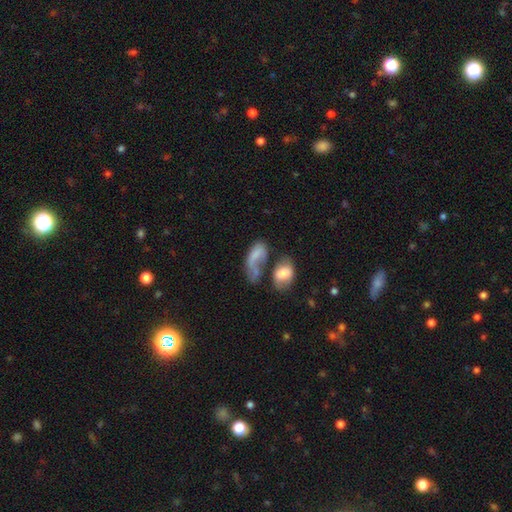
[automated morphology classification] smooth_or_featured: smooth (p=0.63) [alt: featured or disk p=0.27]
how_rounded: in between (p=0.86) [alt: round p=0.08]
merging: merger (p=0.45) [alt: major disturbance p=0.24]